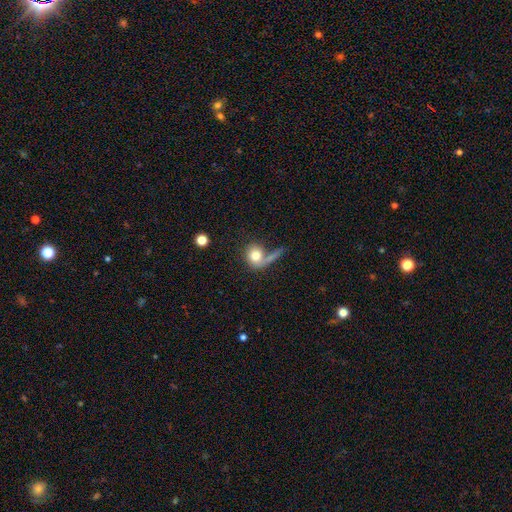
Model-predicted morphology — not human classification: smooth-or-featured: smooth: 71% | featured or disk: 21% | star or artifact: 8%
  how-rounded: round: 73% | in between: 24% | cigar-shaped: 2%
  merging: none: 37% | major disturbance: 26% | merger: 24% | minor disturbance: 13%